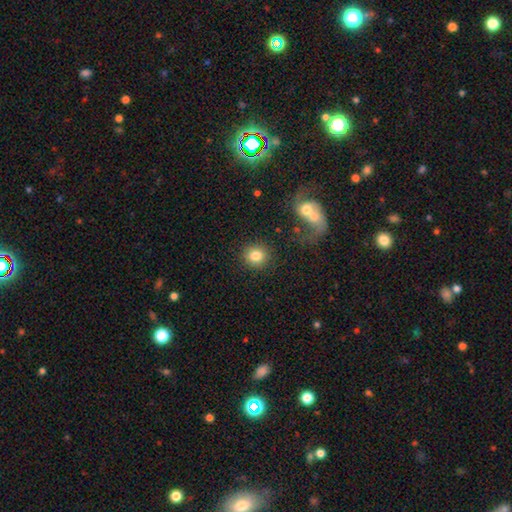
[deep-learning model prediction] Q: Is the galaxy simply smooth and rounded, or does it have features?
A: smooth — 82%.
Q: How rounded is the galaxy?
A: round — 87%.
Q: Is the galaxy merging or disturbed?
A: none — 86%.